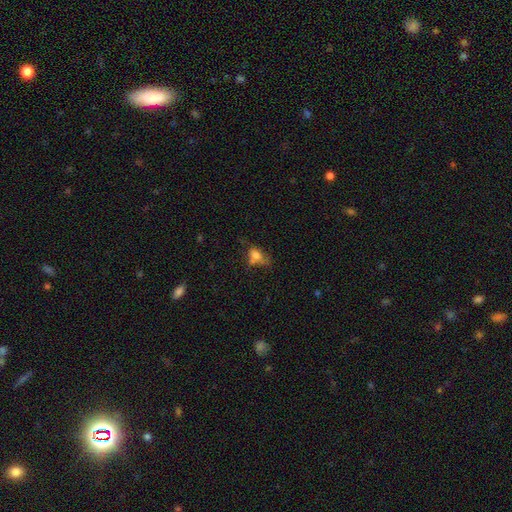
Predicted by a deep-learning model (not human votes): A smooth galaxy with no disk features (66%) that is in between round and cigar-shaped (74%). Merging: none (31%).